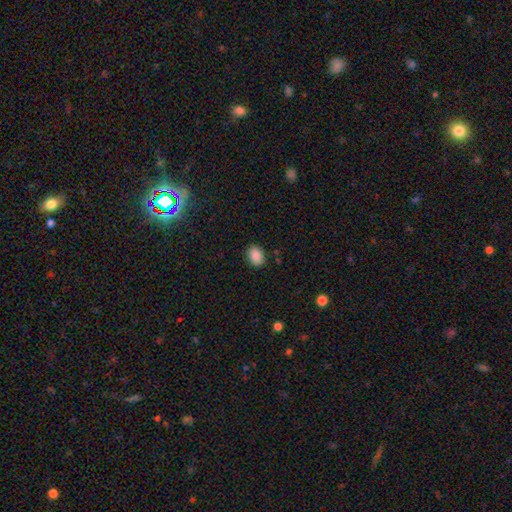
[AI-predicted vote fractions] smooth 87%, star or artifact 9%, featured or disk 4%. Down the decision tree: how rounded — in between (76%); merging — none (87%).